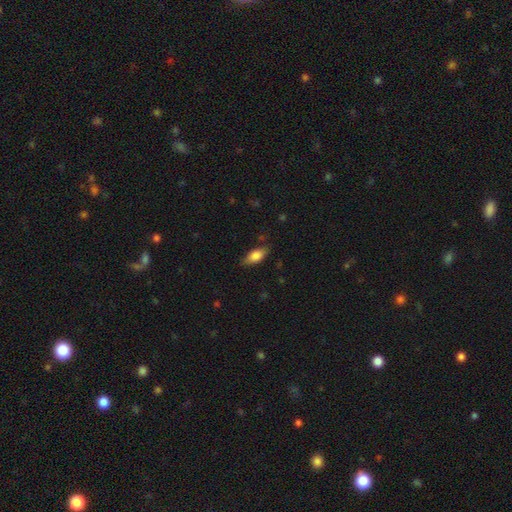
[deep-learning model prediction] The model was most divided on "merging": none: 77%, minor disturbance: 18%, major disturbance: 4%, merger: 1%. More confident: how rounded — in between (84%); smooth or featured — smooth (78%).